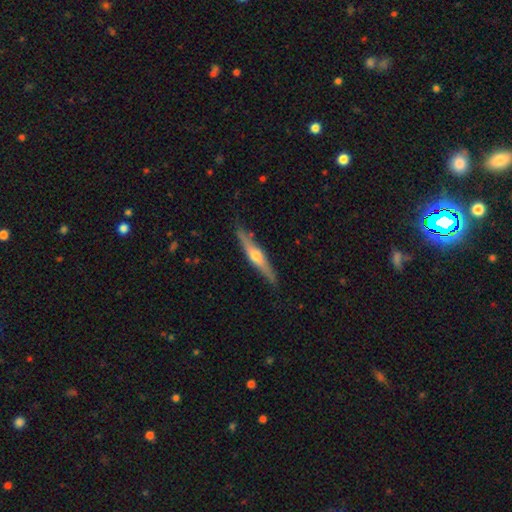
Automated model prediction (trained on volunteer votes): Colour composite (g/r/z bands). It shows a featured or disk galaxy (65%) viewed edge-on (95%) with a rounded central bulge (90%). Merging: none (86%).